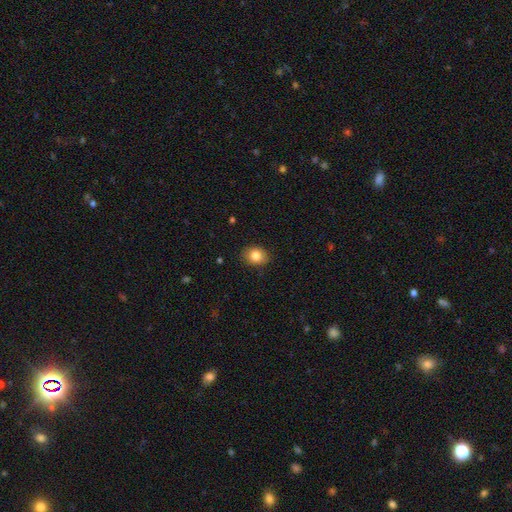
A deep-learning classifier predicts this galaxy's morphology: This appears to be a smooth galaxy with no disk features (84%) that is round (52%). Merging: none (85%).